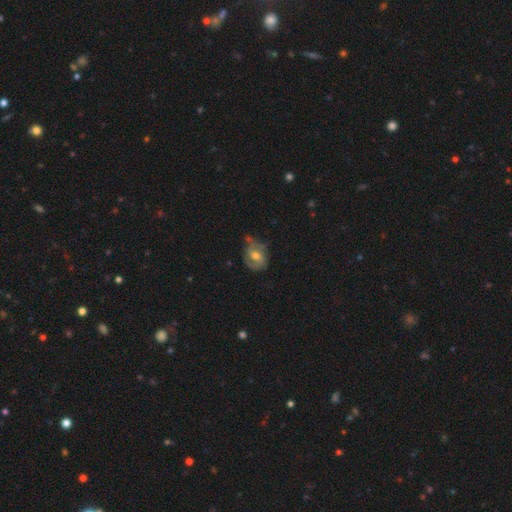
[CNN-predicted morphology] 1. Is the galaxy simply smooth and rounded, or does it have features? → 61% featured or disk, 32% smooth, 7% star or artifact.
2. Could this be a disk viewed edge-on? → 96% no, 4% yes.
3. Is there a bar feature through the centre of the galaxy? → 44% no (tied), 44% weak (tied), 12% strong.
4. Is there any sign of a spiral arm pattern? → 78% yes, 22% no.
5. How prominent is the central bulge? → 66% moderate, 26% small, 5% large, 2% none, 1% dominant.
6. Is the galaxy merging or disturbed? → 53% none, 29% minor disturbance, 13% major disturbance, 5% merger.